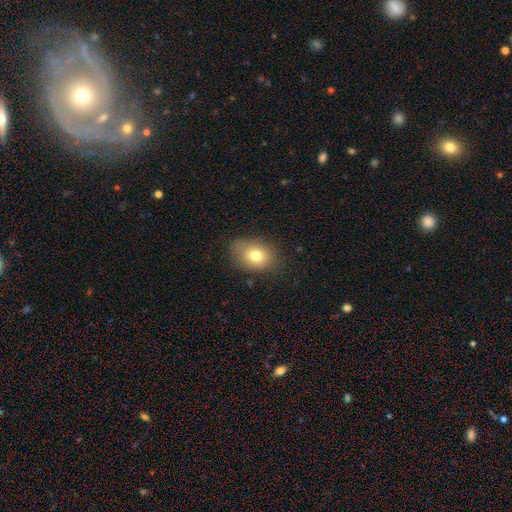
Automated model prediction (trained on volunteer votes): Q: Smooth or featured?
A: smooth (75%); runner-up: featured or disk (14%)
Q: How rounded?
A: in between (61%); runner-up: round (38%)
Q: Merging?
A: none (70%); runner-up: minor disturbance (22%)